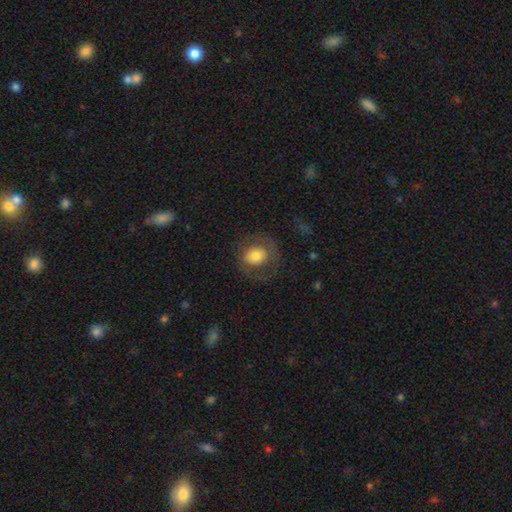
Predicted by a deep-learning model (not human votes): smooth_or_featured: smooth (p=0.63) [alt: featured or disk p=0.29]
how_rounded: round (p=0.73) [alt: in between p=0.26]
merging: none (p=0.70) [alt: minor disturbance p=0.15]